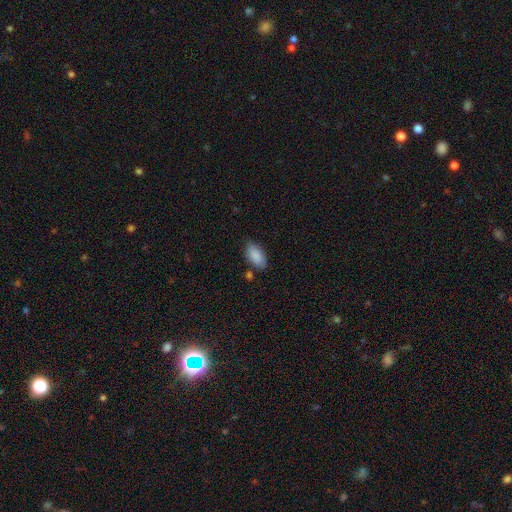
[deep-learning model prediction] The model was most divided on "merging": none: 78%, minor disturbance: 15%, merger: 4%, major disturbance: 3%. More confident: how rounded — in between (93%); smooth or featured — smooth (88%).